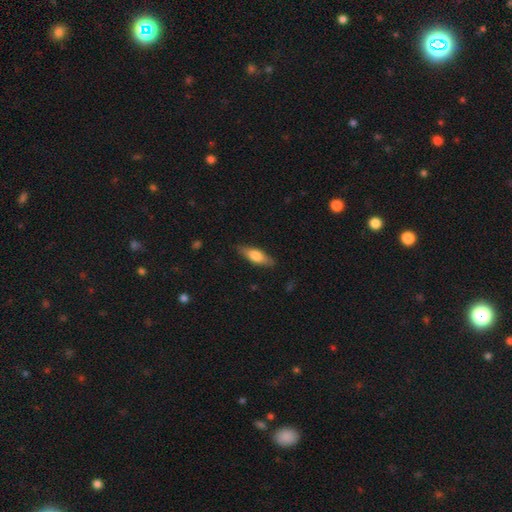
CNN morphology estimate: Smooth or featured?
  - smooth: 68% *
  - featured or disk: 27%
  - star or artifact: 6%
How rounded?
  - in between: 56% *
  - cigar-shaped: 41%
  - round: 2%
Merging?
  - none: 84% *
  - minor disturbance: 12%
  - major disturbance: 3%
  - merger: 1%